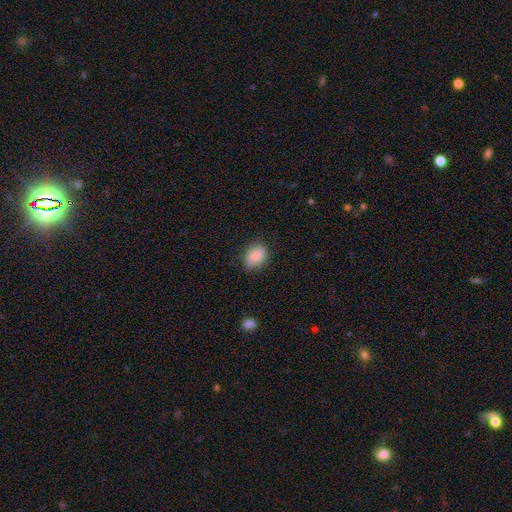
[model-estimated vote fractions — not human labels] Overall: smooth (81%). How rounded: in between (64%; round 34%). Merging: none (67%).